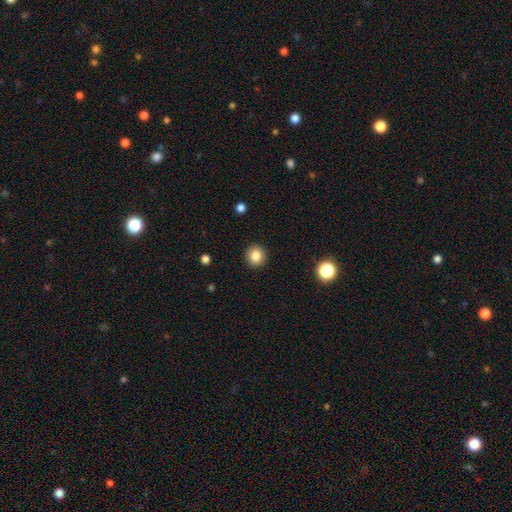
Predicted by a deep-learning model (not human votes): This is clearly a smooth galaxy (84%). How rounded: clearly round (88%). Merging: clearly none (92%).